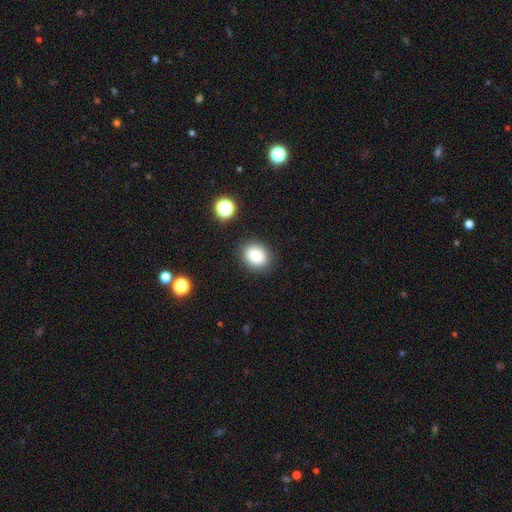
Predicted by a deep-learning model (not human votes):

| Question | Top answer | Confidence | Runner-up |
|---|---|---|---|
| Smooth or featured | smooth | 84% | star or artifact (10%) |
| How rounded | round | 56% | in between (44%) |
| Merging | none | 86% | minor disturbance (9%) |